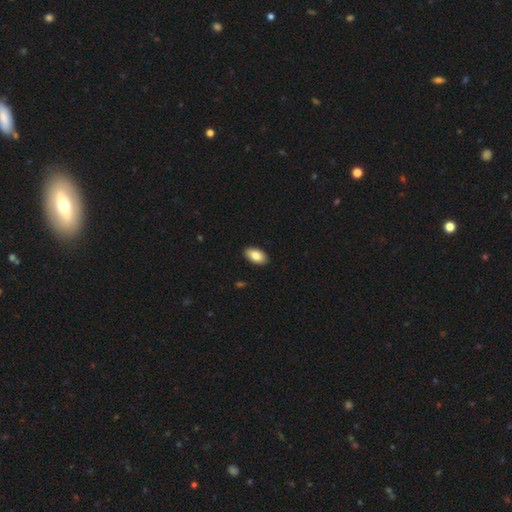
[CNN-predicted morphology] The model was most divided on "smooth or featured": smooth: 83%, featured or disk: 10%, star or artifact: 6%. More confident: how rounded — in between (95%); merging — none (91%).